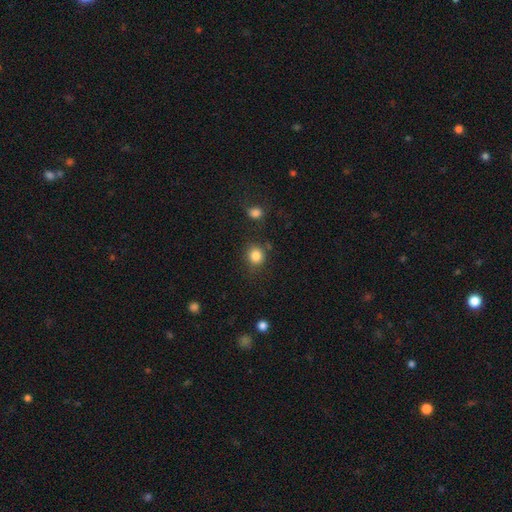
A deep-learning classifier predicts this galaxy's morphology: Smooth or featured? smooth (84%)
How rounded? round (83%)
Merging? none (79%)